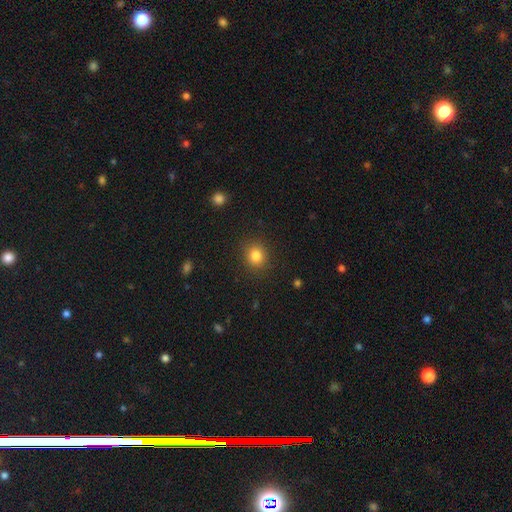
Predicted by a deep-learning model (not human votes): A smooth galaxy with no disk features (83%) that is round (84%).

Vote fractions:
- Smooth or featured? smooth: 83% / star or artifact: 12% / featured or disk: 6%
- How rounded? round: 84% / in between: 15% / cigar-shaped: 1%
- Merging? none: 89% / minor disturbance: 7% / major disturbance: 3% / merger: 1%